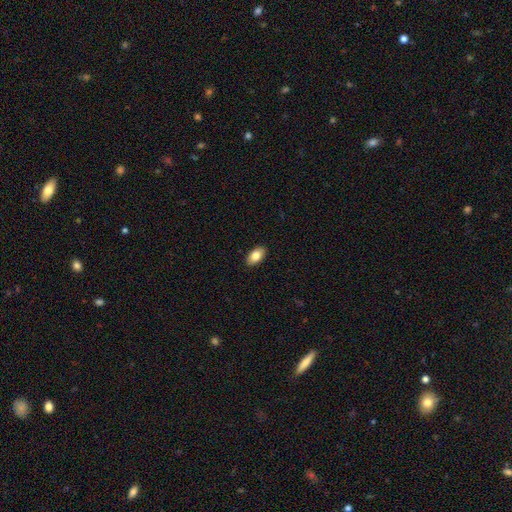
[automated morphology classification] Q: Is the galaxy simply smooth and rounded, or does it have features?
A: smooth — 82%.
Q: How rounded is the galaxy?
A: in between — 94%.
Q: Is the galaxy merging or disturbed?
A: none — 90%.